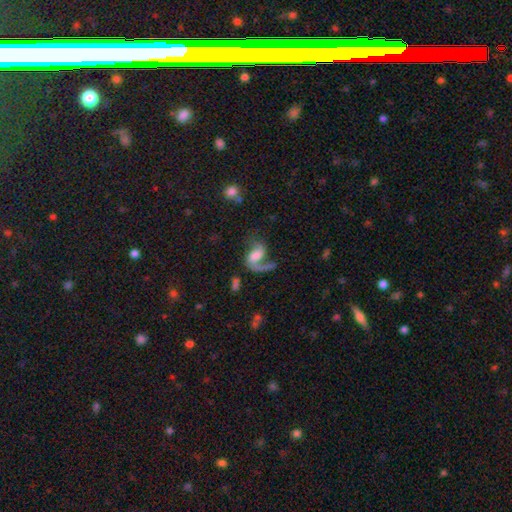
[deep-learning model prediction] A featured or disk galaxy (77%) with a weak bar (42%), 2 (50%) loose (59%) spiral arms (92%) and a moderate central bulge (39%).

Vote fractions:
- Smooth or featured? featured or disk: 77% / smooth: 16% / star or artifact: 8%
- Edge-on disk? no: 97% / yes: 3%
- Bar? weak: 42% / no: 38% / strong: 20%
- Spiral arms? yes: 92% / no: 8%
- Spiral winding? loose: 59% / medium: 33% / tight: 8%
- Spiral arm count? 2: 50% / 1: 45% / can't tell: 3% / 3: 1% / 4: 1% / more than 4: 1%
- Bulge size? moderate: 39% / small: 24% / large: 20% / none: 14% / dominant: 3%
- Merging? none: 41% / major disturbance: 35% / minor disturbance: 16% / merger: 7%